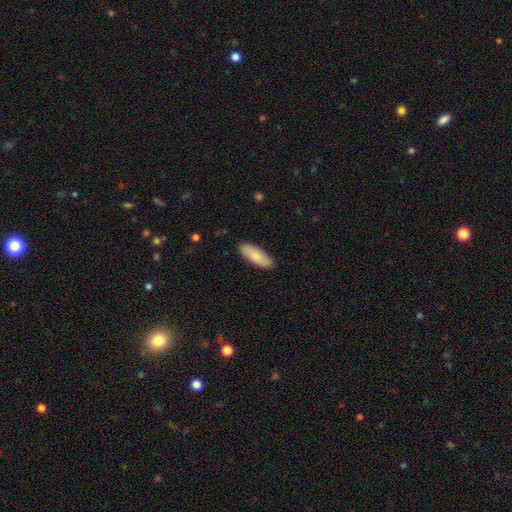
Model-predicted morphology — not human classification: Smooth or featured? Predicted: smooth (p=0.83). How rounded? Predicted: in between (p=0.69). Merging? Predicted: none (p=0.88).